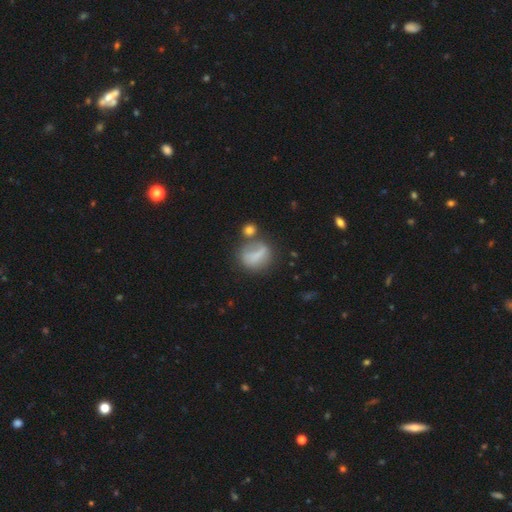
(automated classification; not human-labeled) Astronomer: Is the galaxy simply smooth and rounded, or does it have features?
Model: smooth — 63%.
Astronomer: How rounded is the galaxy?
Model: round — 55% (runner-up: in between, 40%).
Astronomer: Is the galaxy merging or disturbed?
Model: none — 45% (runner-up: minor disturbance, 22%).